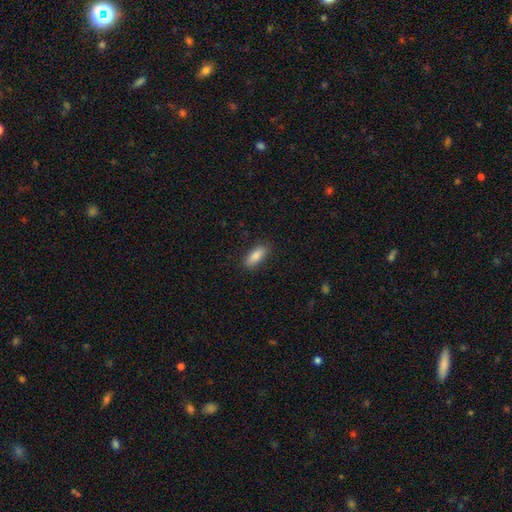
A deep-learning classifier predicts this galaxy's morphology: Overall: smooth (86%). How rounded: in between (73%). Merging: none (88%).